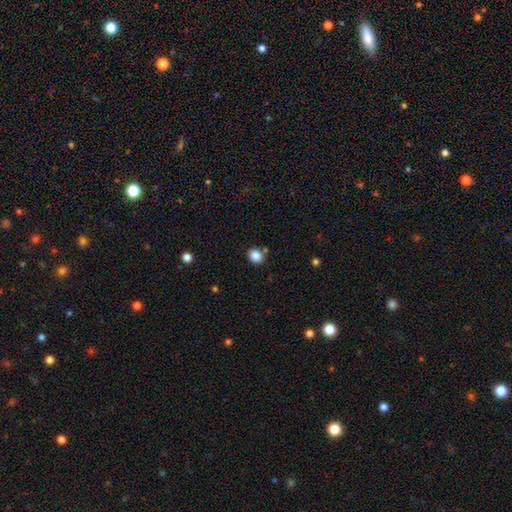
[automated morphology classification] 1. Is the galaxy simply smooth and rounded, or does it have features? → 86% smooth, 10% star or artifact, 4% featured or disk.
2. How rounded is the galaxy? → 60% round, 39% in between, 1% cigar-shaped.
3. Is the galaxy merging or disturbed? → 80% none, 10% minor disturbance, 7% merger, 3% major disturbance.